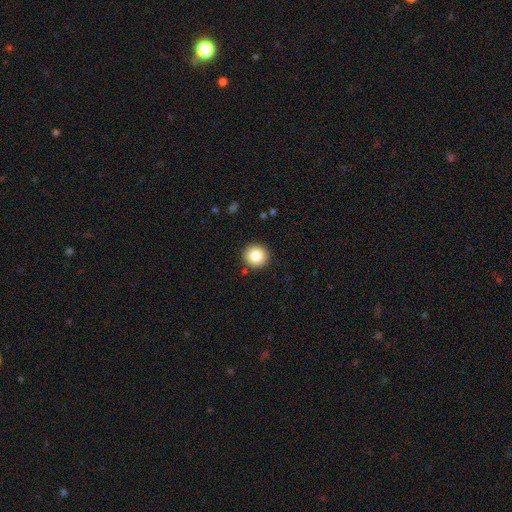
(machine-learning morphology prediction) Smooth or featured? Predicted: smooth (p=0.83). How rounded? Predicted: round (p=0.94). Merging? Predicted: none (p=0.91).